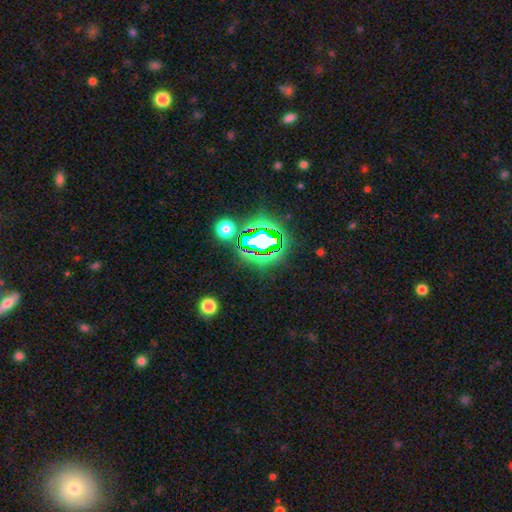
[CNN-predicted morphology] Smooth or featured?
  - star or artifact: 81% *
  - smooth: 12%
  - featured or disk: 7%